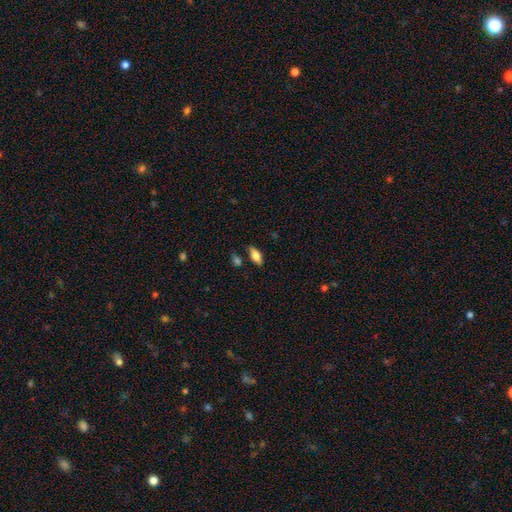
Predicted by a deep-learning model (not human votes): A smooth galaxy with no disk features (75%) that is in between round and cigar-shaped (85%). Merging: none (78%).